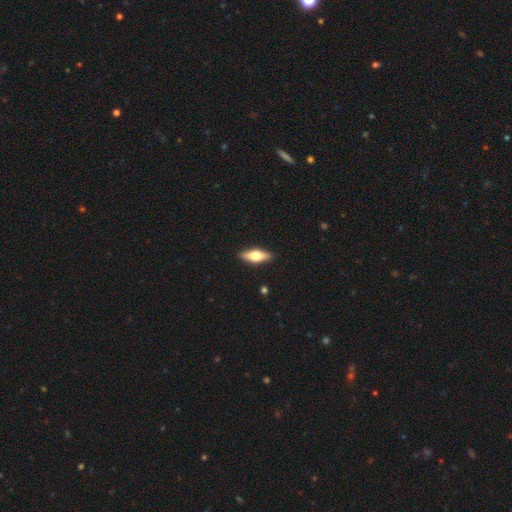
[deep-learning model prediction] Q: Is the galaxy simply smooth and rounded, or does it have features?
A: smooth — 51%.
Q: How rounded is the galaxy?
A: in between — 66%.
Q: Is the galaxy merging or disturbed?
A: none — 89%.